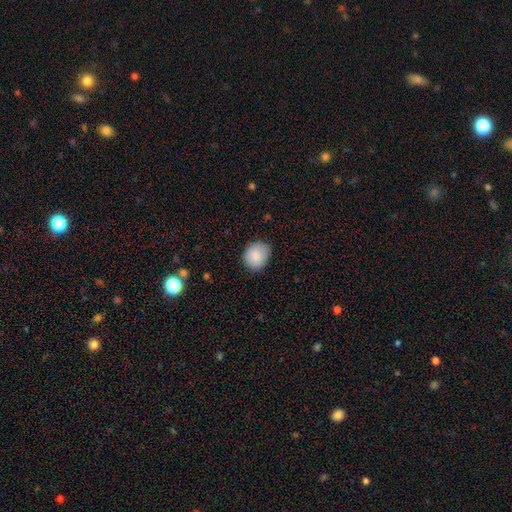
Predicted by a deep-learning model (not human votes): The model was most divided on "how rounded": round: 65%, in between: 34%, cigar-shaped: 1%. More confident: smooth or featured — smooth (86%); merging — none (78%).